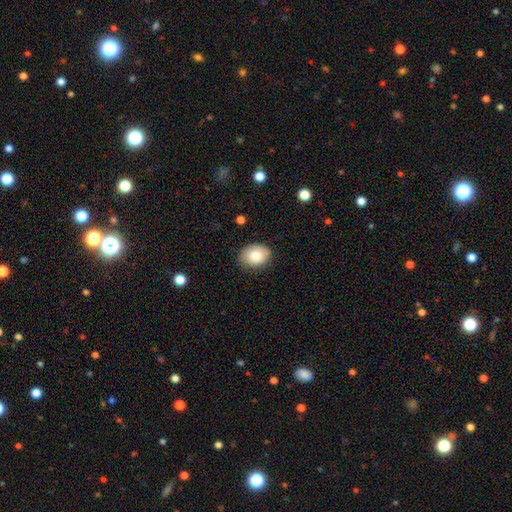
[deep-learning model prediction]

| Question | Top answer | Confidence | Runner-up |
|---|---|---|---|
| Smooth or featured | smooth | 83% | featured or disk (9%) |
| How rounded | in between | 67% | round (32%) |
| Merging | none | 81% | minor disturbance (15%) |